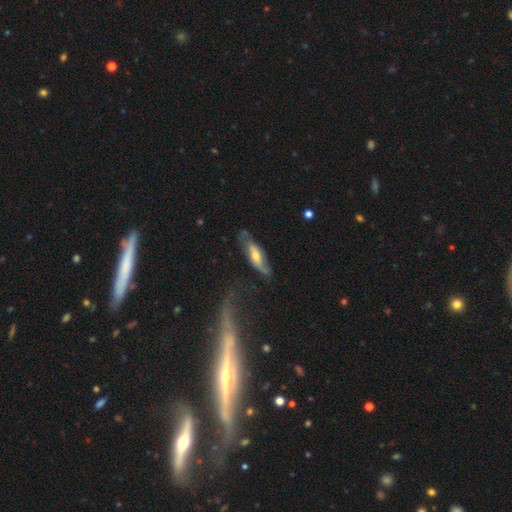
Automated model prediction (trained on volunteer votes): The model was most divided on "smooth or featured": featured or disk: 52%, smooth: 42%, star or artifact: 6%. More confident: merging — none (62%); edge-on disk — no (59%).